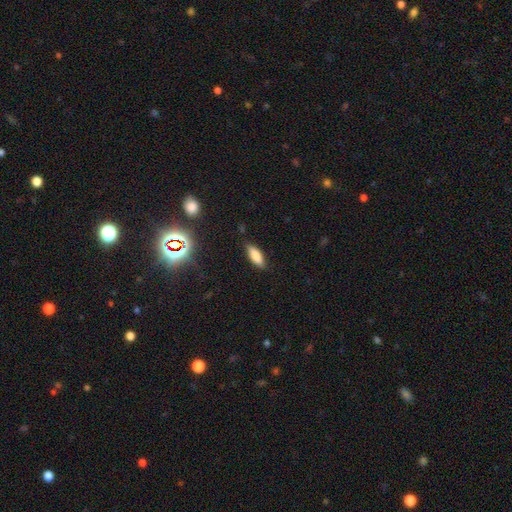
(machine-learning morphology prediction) A smooth galaxy with no disk features (81%) that is in between round and cigar-shaped (65%).

Vote fractions:
- Smooth or featured? smooth: 81% / featured or disk: 10% / star or artifact: 9%
- How rounded? in between: 65% / cigar-shaped: 33% / round: 2%
- Merging? none: 83% / minor disturbance: 13% / major disturbance: 3% / merger: 2%